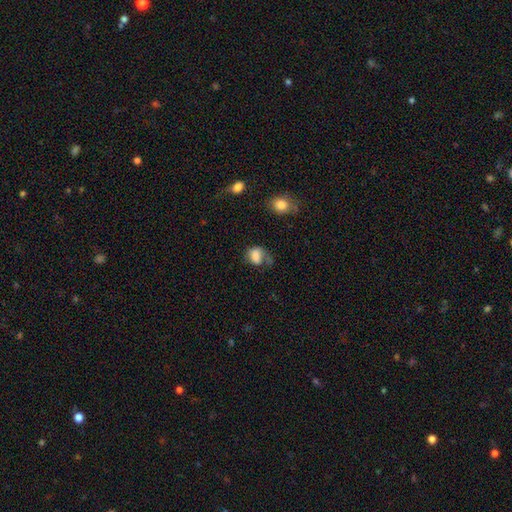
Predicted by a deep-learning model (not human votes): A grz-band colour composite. It shows a smooth galaxy with no disk features (76%) that is in between round and cigar-shaped (64%). Merging: none (36%).